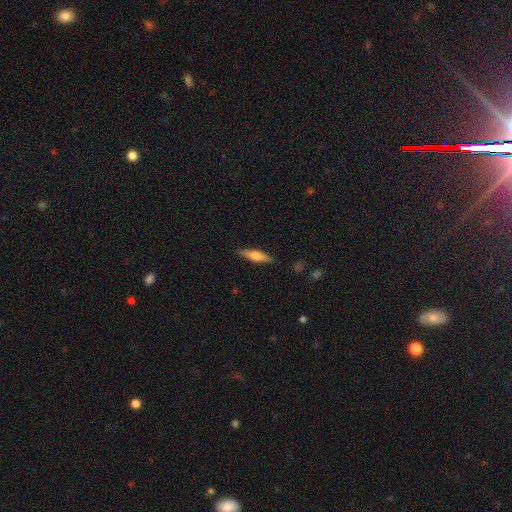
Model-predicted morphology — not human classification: Smooth or featured?
  - smooth: 55% *
  - featured or disk: 39%
  - star or artifact: 6%
How rounded?
  - cigar-shaped: 73% *
  - in between: 25%
  - round: 2%
Merging?
  - none: 88% *
  - minor disturbance: 9%
  - major disturbance: 2%
  - merger: 1%